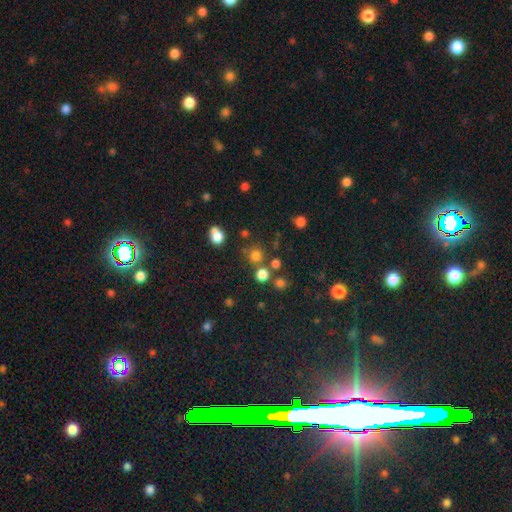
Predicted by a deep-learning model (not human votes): A smooth galaxy with no disk features (74%) that is round (88%).

Vote fractions:
- Smooth or featured? smooth: 74% / star or artifact: 20% / featured or disk: 7%
- How rounded? round: 88% / in between: 11% / cigar-shaped: 1%
- Merging? none: 71% / merger: 15% / minor disturbance: 10% / major disturbance: 4%